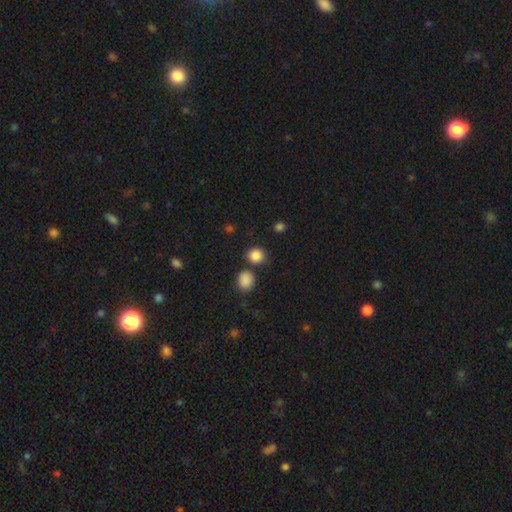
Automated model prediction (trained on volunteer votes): This is clearly a smooth galaxy (85%). How rounded: clearly round (83%). Merging: likely none (74%).